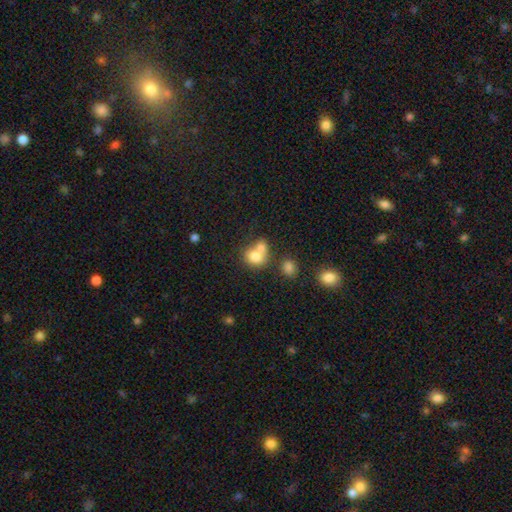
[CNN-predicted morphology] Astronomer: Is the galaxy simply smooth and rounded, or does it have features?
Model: smooth — 77%.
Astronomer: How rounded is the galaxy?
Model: round — 63%.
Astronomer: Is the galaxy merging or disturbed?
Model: merger — 57%.